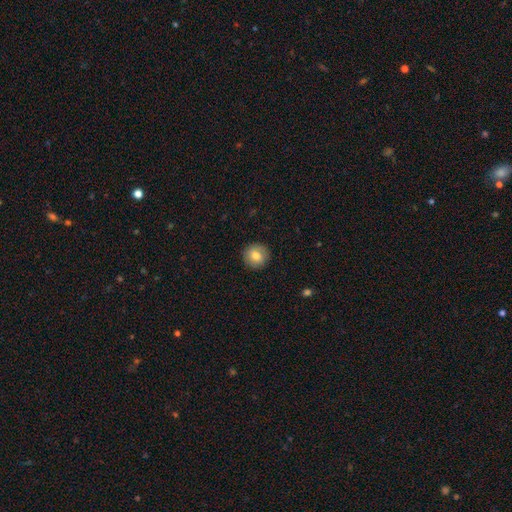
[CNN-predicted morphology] Overall: smooth (79%). How rounded: round (93%). Merging: none (90%).